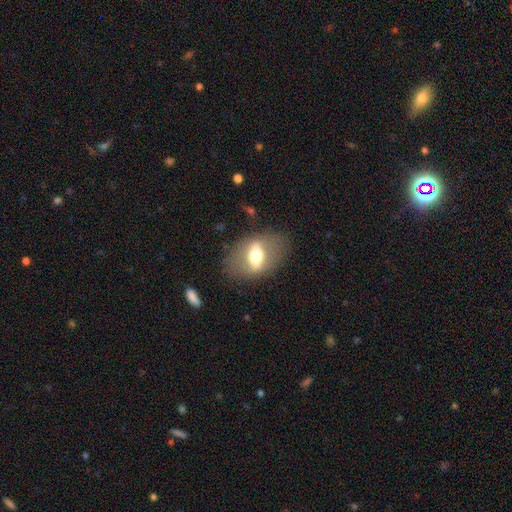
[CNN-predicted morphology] type=featured or disk (49%); merging=none (76%).